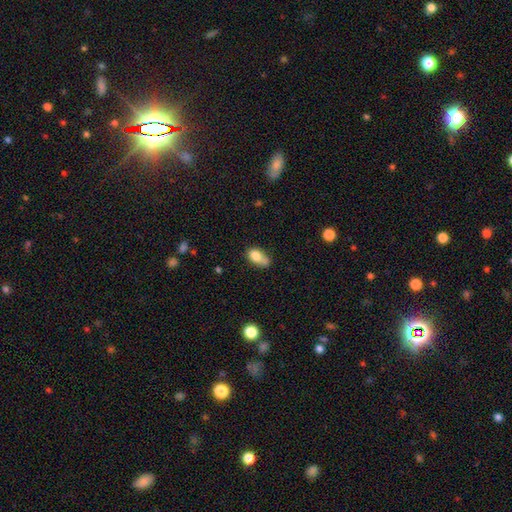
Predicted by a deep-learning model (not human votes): Smooth or featured: smooth — 78% (featured or disk — 12%)
How rounded: in between — 83% (round — 14%)
Merging: none — 33% (minor disturbance — 30%)